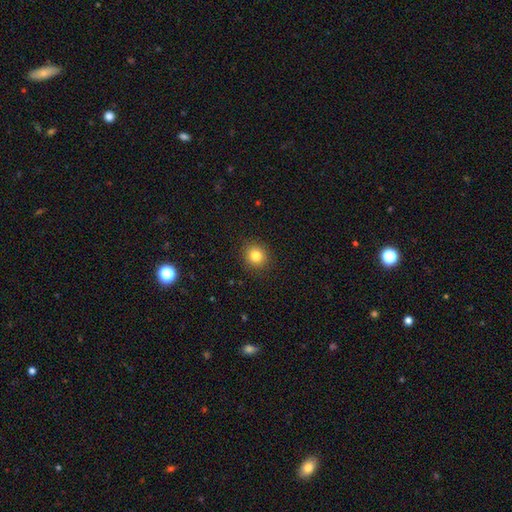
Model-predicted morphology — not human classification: Smooth or featured: smooth — 82% (star or artifact — 11%)
How rounded: round — 88% (in between — 11%)
Merging: none — 90% (minor disturbance — 7%)